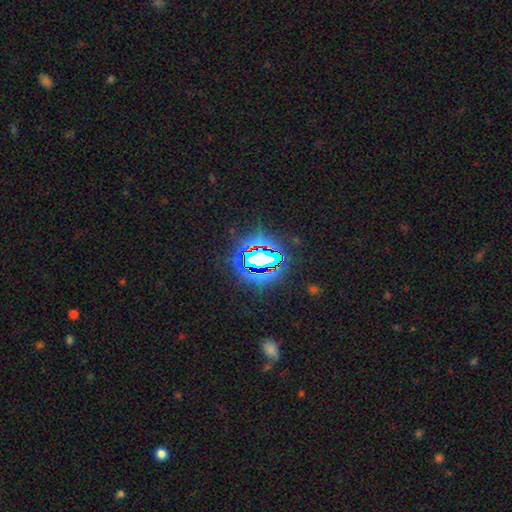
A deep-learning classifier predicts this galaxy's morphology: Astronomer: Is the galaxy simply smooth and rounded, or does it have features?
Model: star or artifact — 74%.